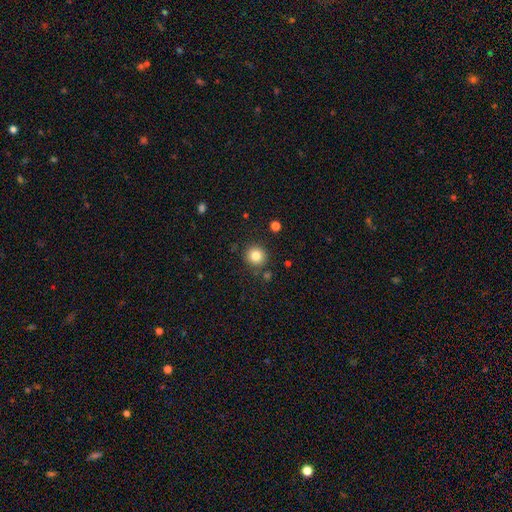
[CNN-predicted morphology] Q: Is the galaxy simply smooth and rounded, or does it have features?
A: smooth — 82%.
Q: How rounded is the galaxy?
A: round — 93%.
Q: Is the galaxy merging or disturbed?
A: none — 87%.